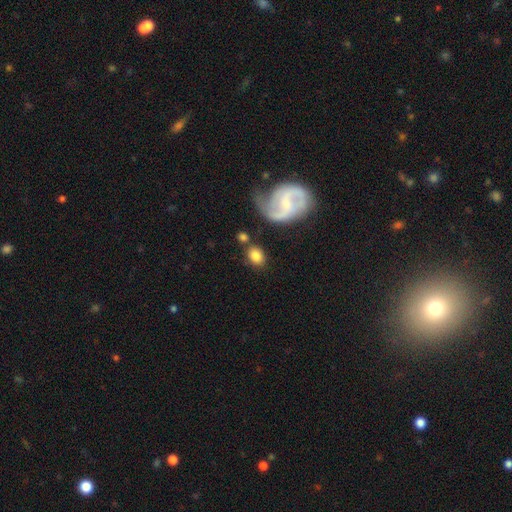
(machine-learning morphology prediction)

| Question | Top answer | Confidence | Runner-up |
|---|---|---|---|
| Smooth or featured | smooth | 72% | featured or disk (20%) |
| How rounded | in between | 61% | round (37%) |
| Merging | none | 70% | minor disturbance (15%) |